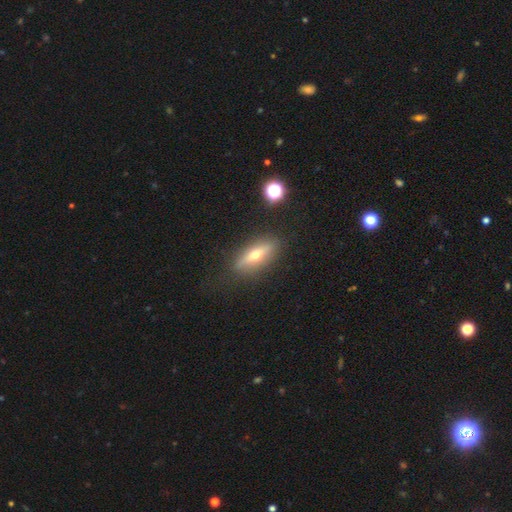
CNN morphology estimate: Q: Smooth or featured?
A: featured or disk (51%); runner-up: smooth (40%)
Q: Edge-on disk?
A: yes (78%); runner-up: no (22%)
Q: Merging?
A: none (83%); runner-up: minor disturbance (11%)